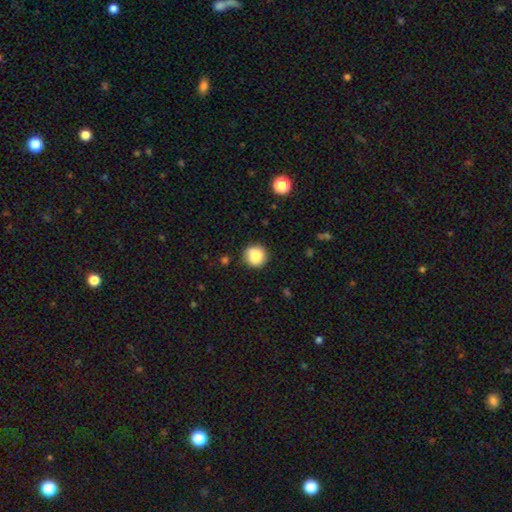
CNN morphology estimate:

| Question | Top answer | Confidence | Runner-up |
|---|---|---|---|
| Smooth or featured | smooth | 83% | star or artifact (8%) |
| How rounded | round | 94% | in between (5%) |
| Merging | none | 87% | minor disturbance (10%) |